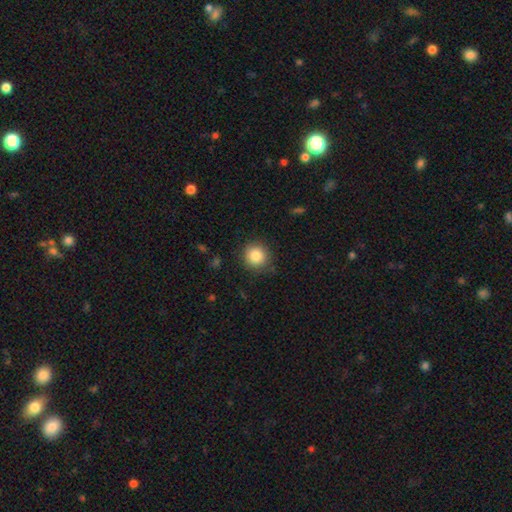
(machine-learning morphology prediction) Overall: smooth (85%). How rounded: round (92%). Merging: none (86%).